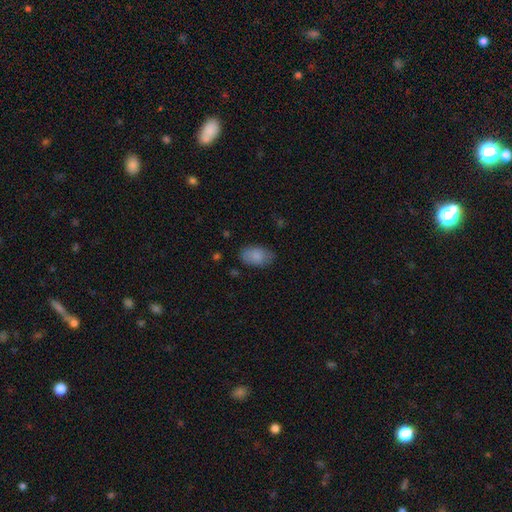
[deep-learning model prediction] Overall: smooth (86%). How rounded: in between (92%). Merging: none (75%).